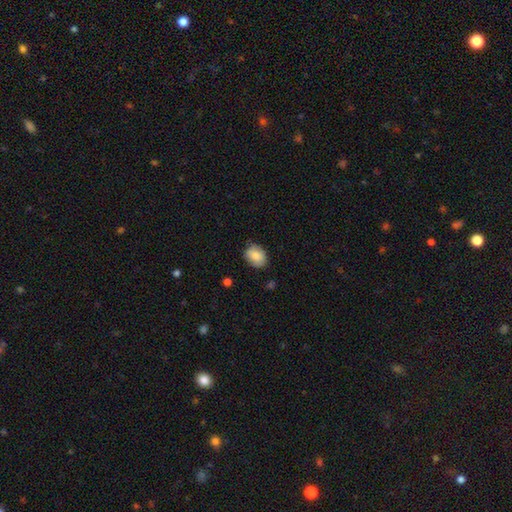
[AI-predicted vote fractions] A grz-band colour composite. It shows a smooth galaxy with no disk features (82%) that is in between round and cigar-shaped (66%). Merging: none (74%).